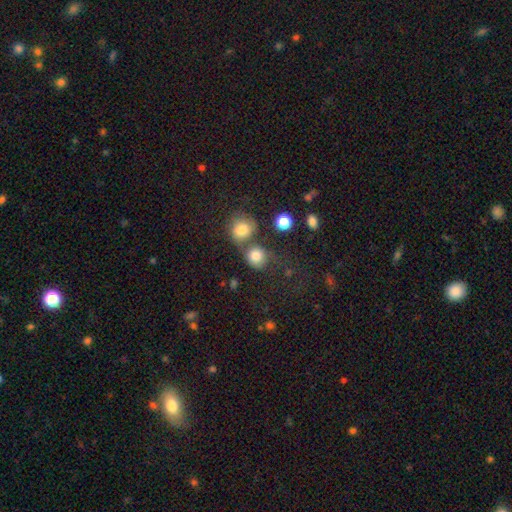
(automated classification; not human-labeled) smooth-or-featured: smooth: 80% | star or artifact: 11% | featured or disk: 9%
  how-rounded: round: 80% | in between: 19% | cigar-shaped: 1%
  merging: none: 44% | merger: 36% | minor disturbance: 12% | major disturbance: 7%